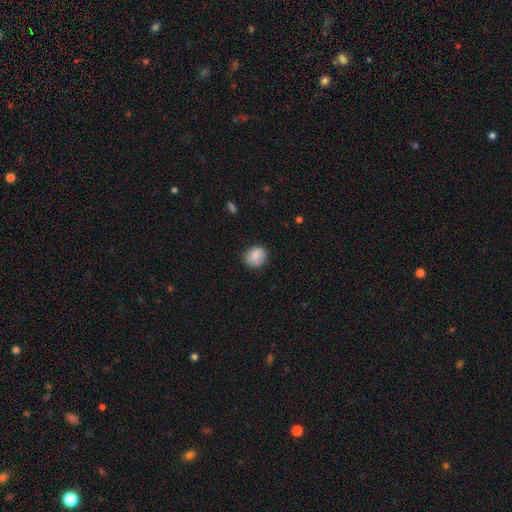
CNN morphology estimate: type=smooth (83%); roundness=round (73%); merging=none (80%).